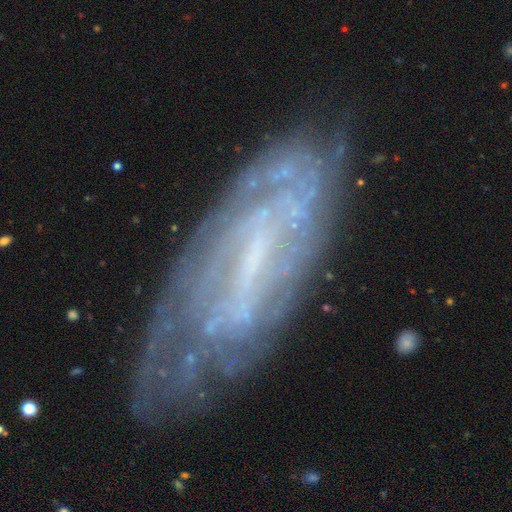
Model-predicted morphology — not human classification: A featured or disk galaxy (76%) with a weak bar (41%), spiral arms (75%) and a small central bulge (41%). Merging: none (67%).